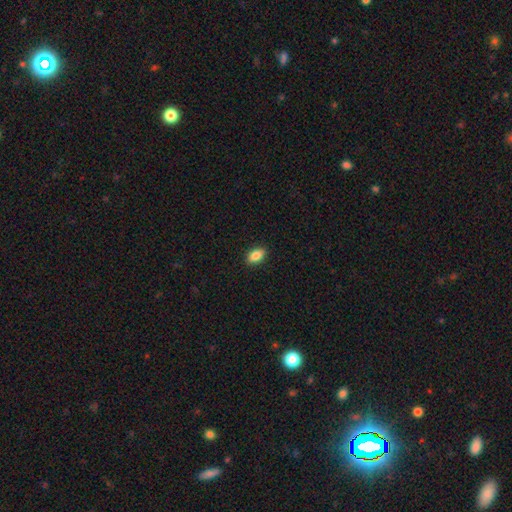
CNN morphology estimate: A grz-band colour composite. It shows a smooth galaxy with no disk features (86%) that is in between round and cigar-shaped (88%). Merging: none (89%).